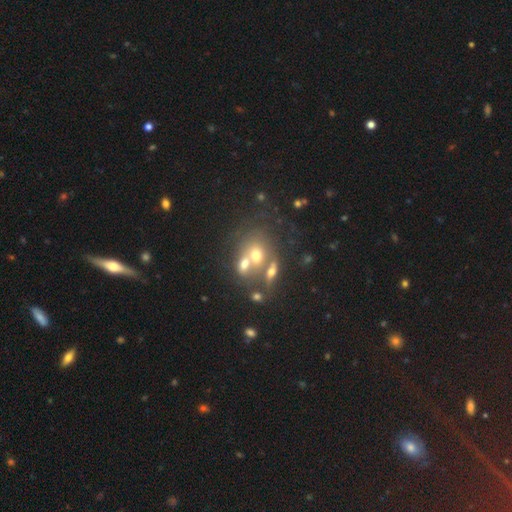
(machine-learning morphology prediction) This appears to be a smooth galaxy with no disk features (54%) that is round (54%). Merging: merger (56%).